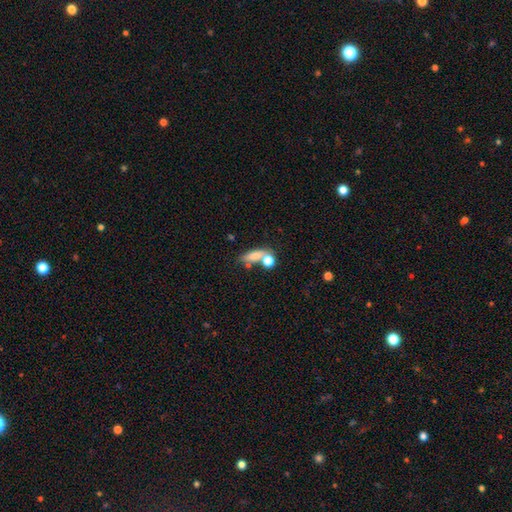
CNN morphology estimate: A smooth galaxy with no disk features (73%) that is in between round and cigar-shaped (53%). Merging: none (45%).